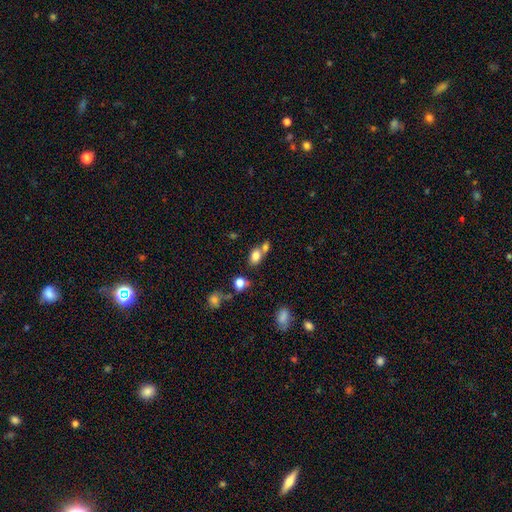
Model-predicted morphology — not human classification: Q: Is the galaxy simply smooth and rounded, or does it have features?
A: smooth — 78%.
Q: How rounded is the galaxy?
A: in between — 73%.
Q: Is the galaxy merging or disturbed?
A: merger — 46%.